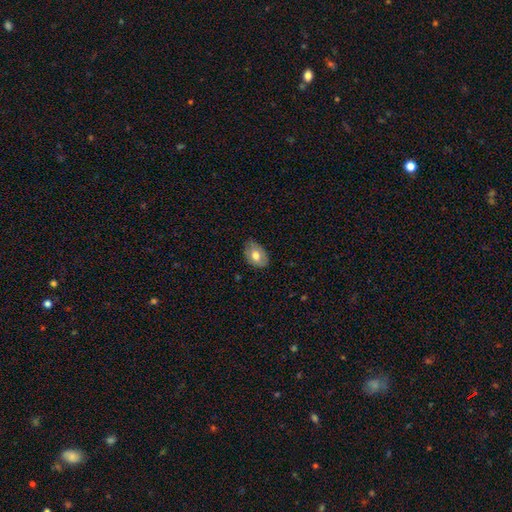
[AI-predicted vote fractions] Smooth or featured: smooth — 68% (featured or disk — 25%)
How rounded: in between — 84% (round — 15%)
Merging: none — 77% (minor disturbance — 19%)